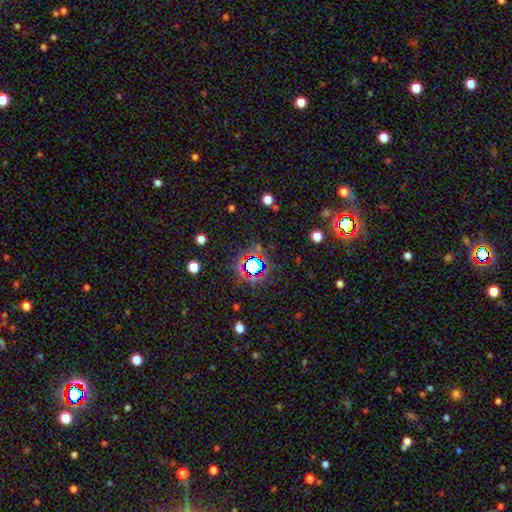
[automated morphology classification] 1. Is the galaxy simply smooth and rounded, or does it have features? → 77% star or artifact, 15% smooth, 9% featured or disk.